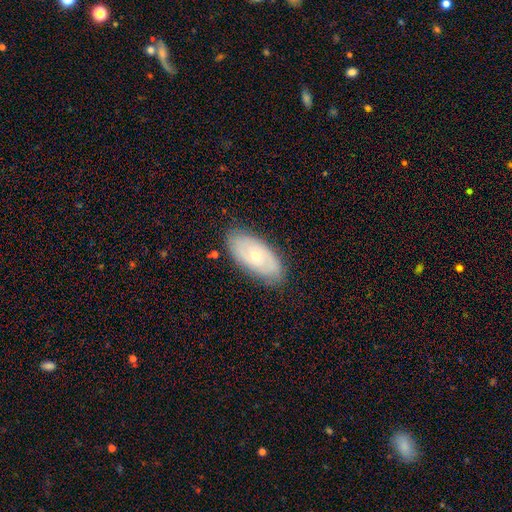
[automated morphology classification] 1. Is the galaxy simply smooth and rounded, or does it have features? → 58% featured or disk, 35% smooth, 7% star or artifact.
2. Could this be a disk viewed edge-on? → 89% no, 11% yes.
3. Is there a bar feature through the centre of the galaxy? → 78% no, 18% weak, 4% strong.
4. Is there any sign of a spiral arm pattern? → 61% yes, 39% no.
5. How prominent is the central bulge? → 57% small, 40% moderate, 1% large, 1% none, 1% dominant.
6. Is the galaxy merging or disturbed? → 83% none, 13% minor disturbance, 3% major disturbance, 1% merger.